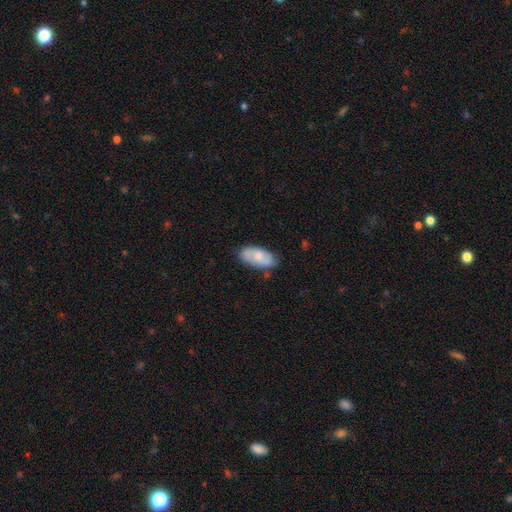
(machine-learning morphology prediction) A smooth galaxy with no disk features (70%) that is in between round and cigar-shaped (92%).

Vote fractions:
- Smooth or featured? smooth: 70% / featured or disk: 24% / star or artifact: 6%
- How rounded? in between: 92% / cigar-shaped: 6% / round: 3%
- Merging? none: 74% / minor disturbance: 19% / major disturbance: 4% / merger: 3%